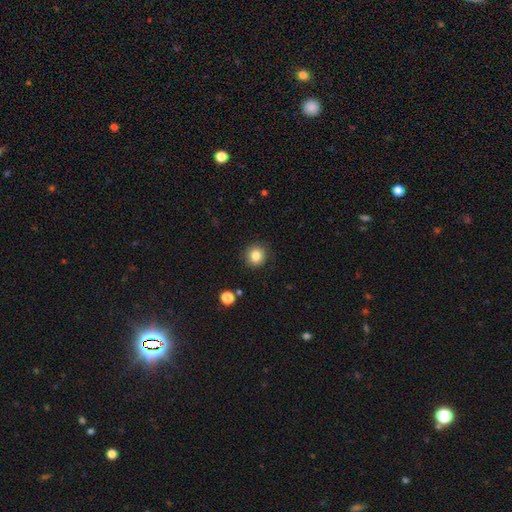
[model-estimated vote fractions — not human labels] Overall: smooth (82%). How rounded: round (89%). Merging: none (88%).